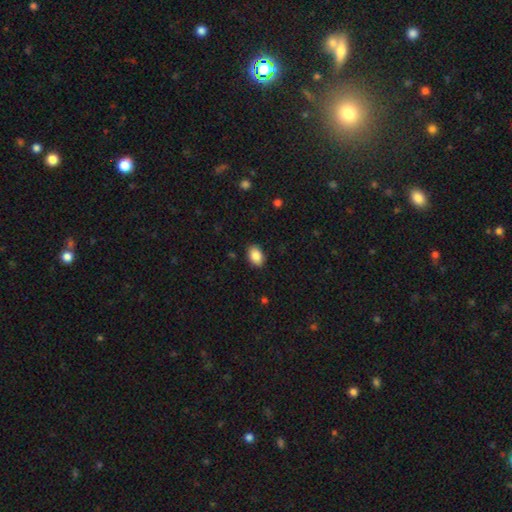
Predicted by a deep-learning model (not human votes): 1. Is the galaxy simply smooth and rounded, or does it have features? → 87% smooth, 7% star or artifact, 5% featured or disk.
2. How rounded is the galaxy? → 86% in between, 13% round, 1% cigar-shaped.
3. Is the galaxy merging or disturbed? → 88% none, 9% minor disturbance, 2% major disturbance, 1% merger.